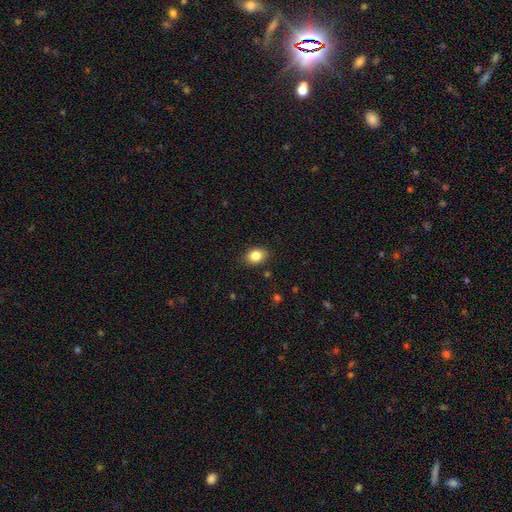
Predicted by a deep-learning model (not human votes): Smooth or featured?
  - smooth: 84% *
  - star or artifact: 9%
  - featured or disk: 6%
How rounded?
  - in between: 64% *
  - round: 35%
  - cigar-shaped: 1%
Merging?
  - none: 87% *
  - minor disturbance: 10%
  - major disturbance: 2%
  - merger: 1%